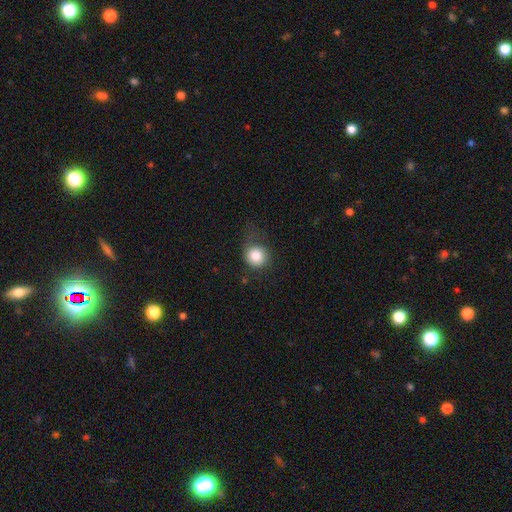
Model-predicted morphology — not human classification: This is clearly a smooth galaxy (82%). How rounded: clearly round (85%). Merging: possibly none (59%).